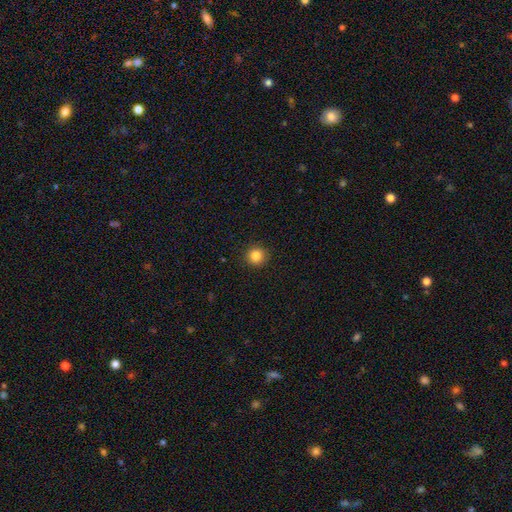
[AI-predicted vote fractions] This appears to be a smooth galaxy with no disk features (85%) that is round (94%). Merging: none (91%).